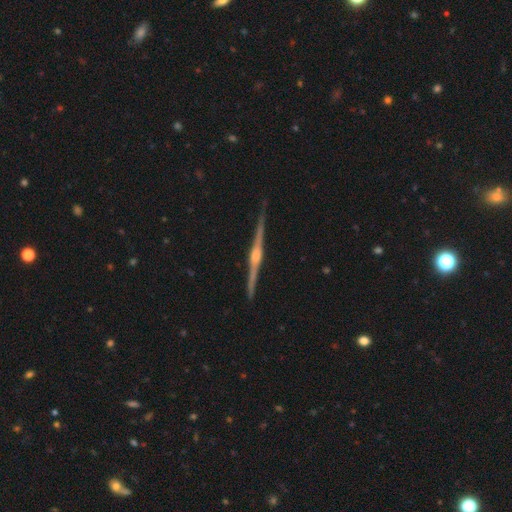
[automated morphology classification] featured or disk 90%, smooth 6%, star or artifact 4%. Down the decision tree: edge-on disk — yes (99%); edge-on bulge — rounded (85%); merging — none (91%).